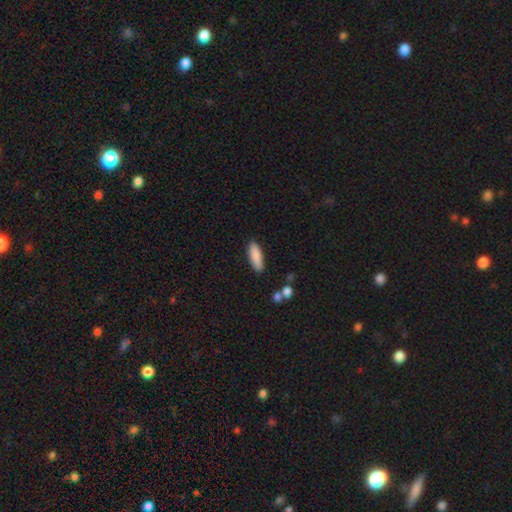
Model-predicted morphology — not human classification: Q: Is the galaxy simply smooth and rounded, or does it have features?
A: smooth — 86%.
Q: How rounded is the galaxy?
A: in between — 54%.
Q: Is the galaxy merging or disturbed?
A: none — 86%.